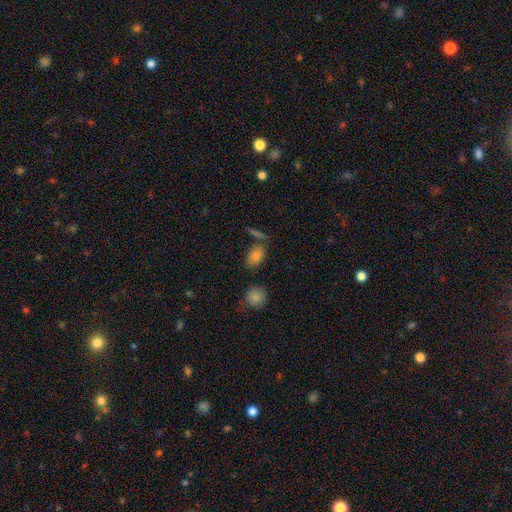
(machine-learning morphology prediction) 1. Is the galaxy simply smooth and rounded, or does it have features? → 78% smooth, 11% star or artifact, 10% featured or disk.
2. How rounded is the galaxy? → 85% in between, 12% round, 4% cigar-shaped.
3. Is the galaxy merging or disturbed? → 67% none, 14% merger, 14% minor disturbance, 5% major disturbance.